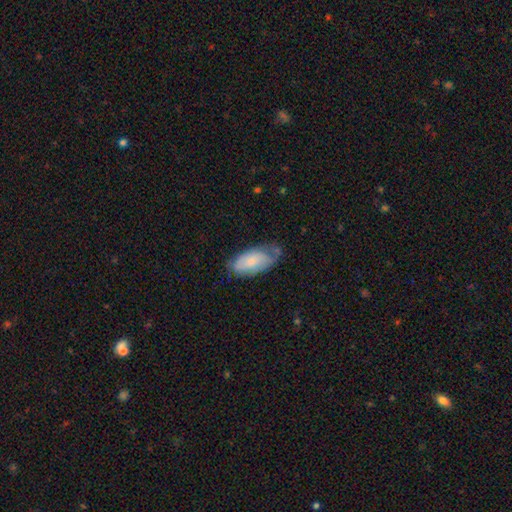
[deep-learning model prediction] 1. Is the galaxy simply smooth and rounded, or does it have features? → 64% smooth, 29% featured or disk, 7% star or artifact.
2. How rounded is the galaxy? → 90% in between, 8% cigar-shaped, 2% round.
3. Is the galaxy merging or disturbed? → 51% none, 35% minor disturbance, 11% major disturbance, 3% merger.